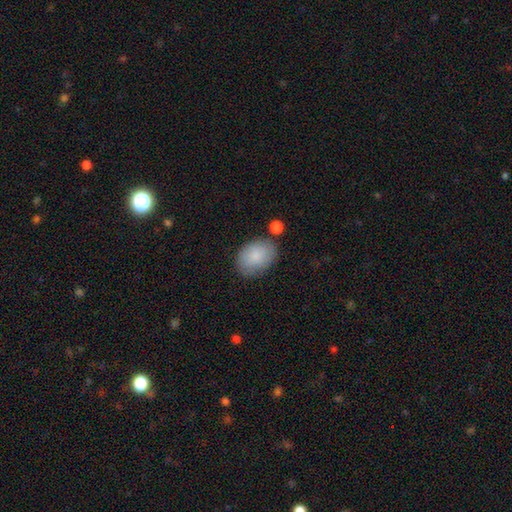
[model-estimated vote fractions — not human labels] A smooth galaxy with no disk features (85%) that is in between round and cigar-shaped (81%).

Vote fractions:
- Smooth or featured? smooth: 85% / featured or disk: 8% / star or artifact: 6%
- How rounded? in between: 81% / round: 18% / cigar-shaped: 1%
- Merging? none: 73% / minor disturbance: 17% / merger: 5% / major disturbance: 5%